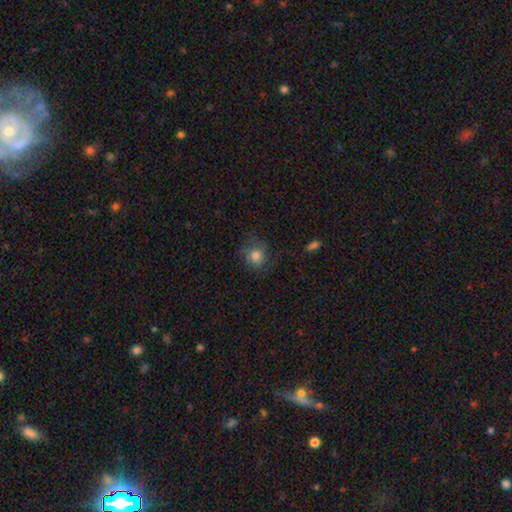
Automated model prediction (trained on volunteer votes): This is likely a smooth galaxy (75%). How rounded: clearly round (82%). Merging: likely none (69%).